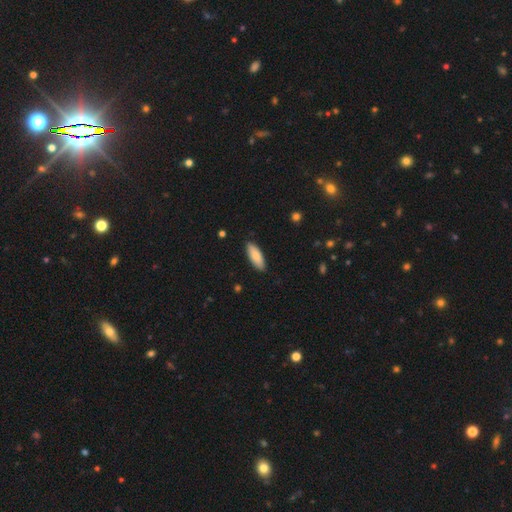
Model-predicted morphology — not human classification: Q: Smooth or featured?
A: smooth (83%); runner-up: featured or disk (11%)
Q: How rounded?
A: in between (68%); runner-up: cigar-shaped (30%)
Q: Merging?
A: none (89%); runner-up: minor disturbance (8%)